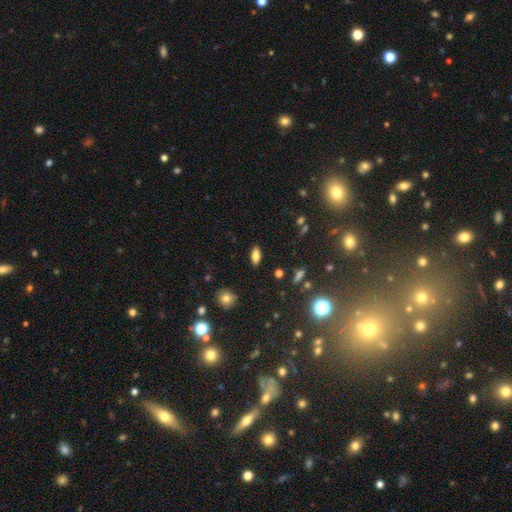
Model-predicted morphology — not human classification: Overall: smooth (75%). How rounded: in between (79%). Merging: none (87%).